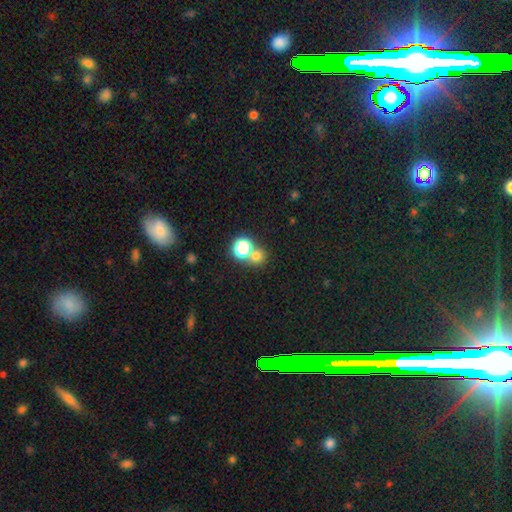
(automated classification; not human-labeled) The model was most divided on "merging": none: 55%, merger: 35%, minor disturbance: 6%, major disturbance: 3%. More confident: how rounded — round (84%); smooth or featured — smooth (70%).